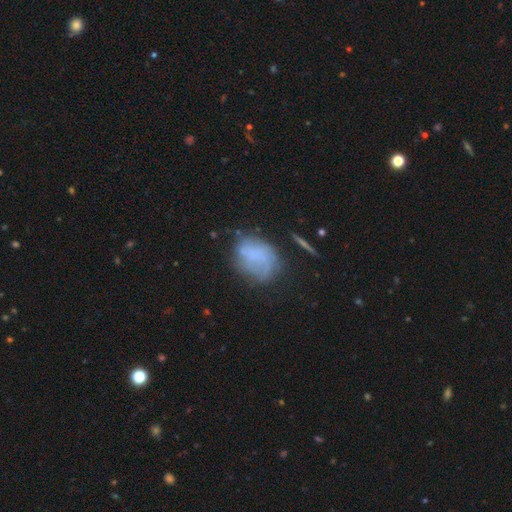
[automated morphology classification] Overall: smooth (62%; featured or disk 27%). How rounded: in between (58%; round 40%). Merging: none (48%; minor disturbance 30%).